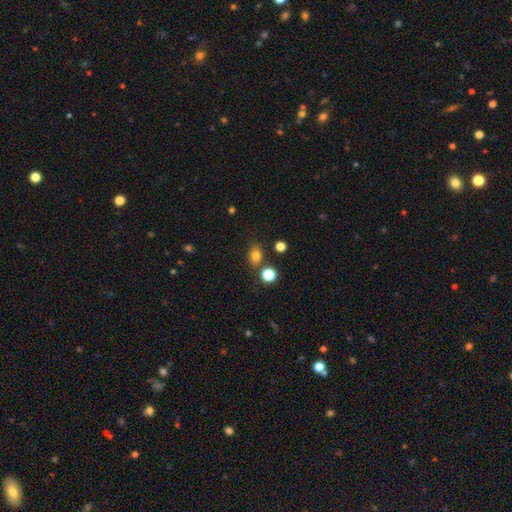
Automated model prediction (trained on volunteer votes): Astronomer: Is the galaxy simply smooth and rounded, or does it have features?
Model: smooth — 78%.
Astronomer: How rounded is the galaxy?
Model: in between — 61% (runner-up: round, 37%).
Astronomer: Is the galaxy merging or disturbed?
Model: none — 76%.